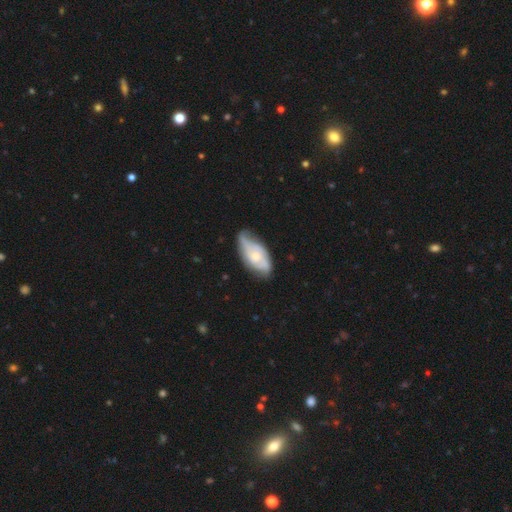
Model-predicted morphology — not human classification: A featured or disk galaxy (66%) with no bar (74%), 2 (50%) medium (39%, tied with tight) spiral arms (84%) and a moderate central bulge (47%).

Vote fractions:
- Smooth or featured? featured or disk: 66% / smooth: 29% / star or artifact: 5%
- Edge-on disk? no: 93% / yes: 7%
- Bar? no: 74% / weak: 22% / strong: 4%
- Spiral arms? yes: 84% / no: 16%
- Spiral winding? medium: 39% (tied) / tight: 39% (tied) / loose: 22%
- Spiral arm count? 2: 50% / can't tell: 29% / 3: 10% / 1: 7% / 4: 3% / more than 4: 2%
- Bulge size? moderate: 47% / small: 46% / large: 3% / none: 3% / dominant: 1%
- Merging? none: 52% / minor disturbance: 34% / major disturbance: 12% / merger: 2%